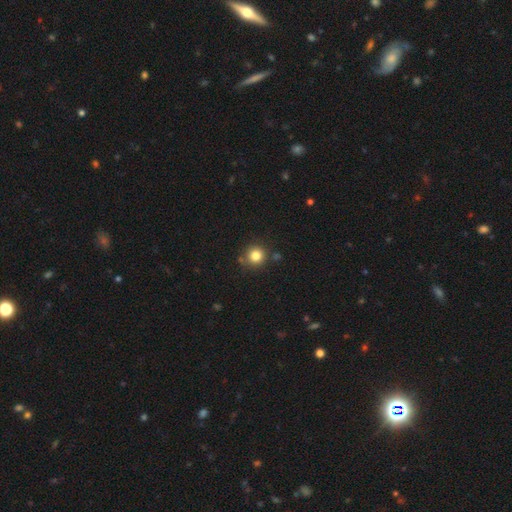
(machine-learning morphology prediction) type=smooth (82%); roundness=round (93%); merging=none (80%).